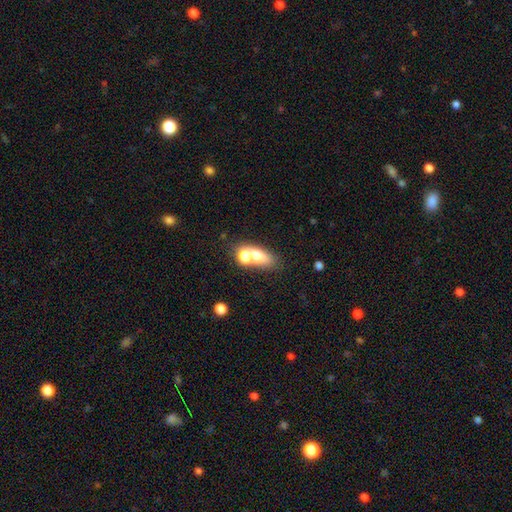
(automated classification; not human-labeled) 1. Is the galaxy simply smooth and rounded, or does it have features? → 66% smooth, 22% featured or disk, 12% star or artifact.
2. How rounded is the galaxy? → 64% in between, 25% round, 11% cigar-shaped.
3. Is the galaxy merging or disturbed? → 50% merger, 35% none, 9% minor disturbance, 6% major disturbance.